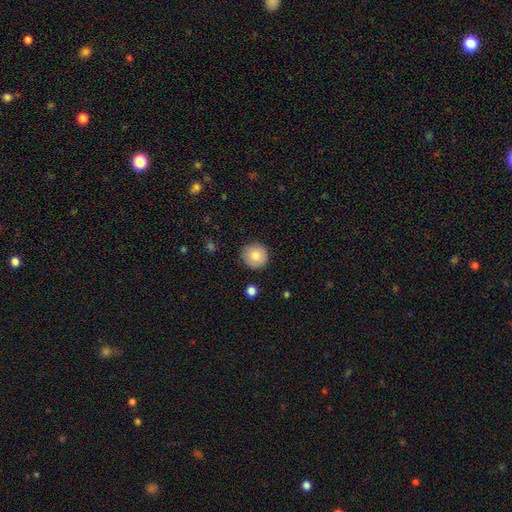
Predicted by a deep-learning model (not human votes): Smooth or featured? smooth (83%)
How rounded? round (94%)
Merging? none (89%)